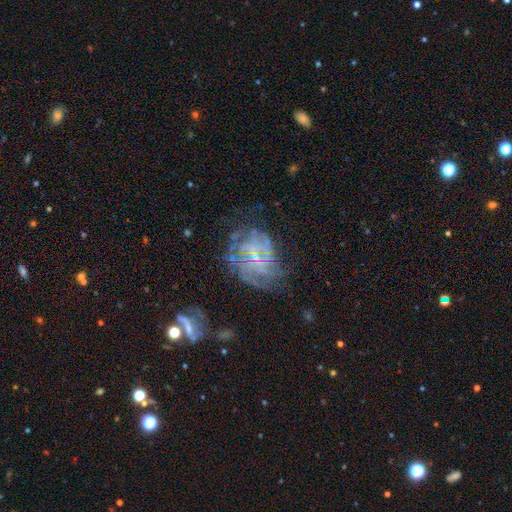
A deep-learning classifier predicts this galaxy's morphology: The model was most divided on "bulge size": small: 49%, none: 39%, moderate: 10%, large: 1%, dominant: 1%. Remaining: edge-on disk — no (98%); smooth or featured — featured or disk (70%); bar — no (66%); spiral arms — yes (65%); merging — none (49%).